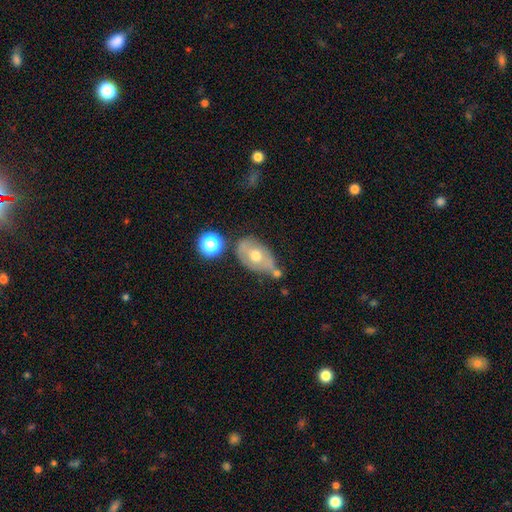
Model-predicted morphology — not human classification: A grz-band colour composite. It shows a featured or disk galaxy (48%). Merging: none (50%).